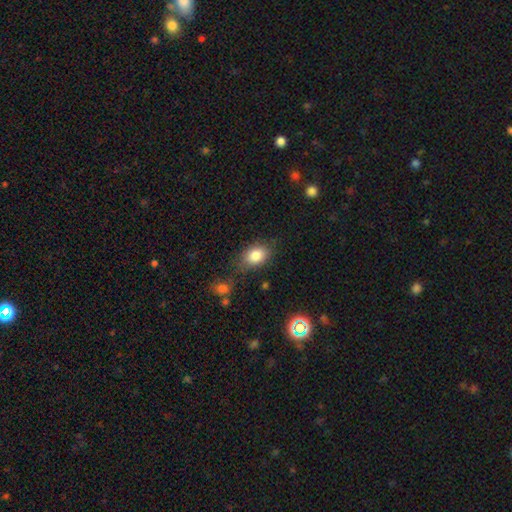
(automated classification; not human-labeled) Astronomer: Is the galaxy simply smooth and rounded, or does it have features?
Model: smooth — 83%.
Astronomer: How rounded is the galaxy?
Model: in between — 80%.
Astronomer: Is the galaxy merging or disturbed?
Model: none — 73%.